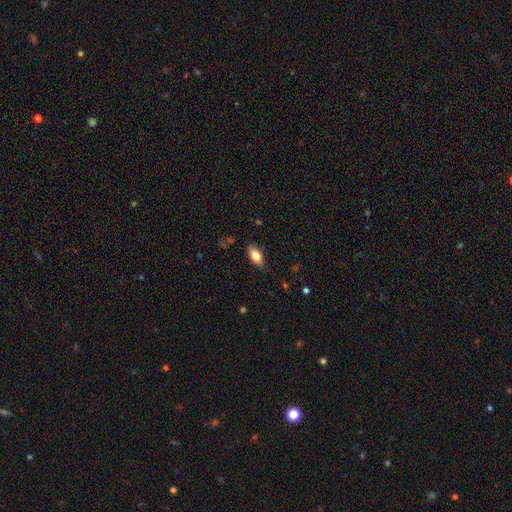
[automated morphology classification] Smooth or featured? smooth (80%)
How rounded? in between (89%)
Merging? none (85%)